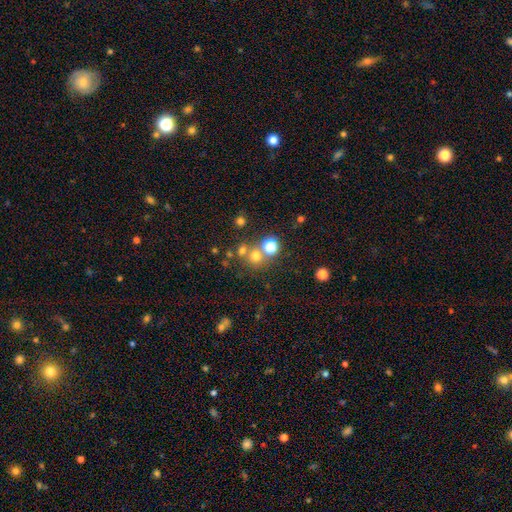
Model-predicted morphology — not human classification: type=smooth (66%); roundness=round (88%); merging=none (60%).